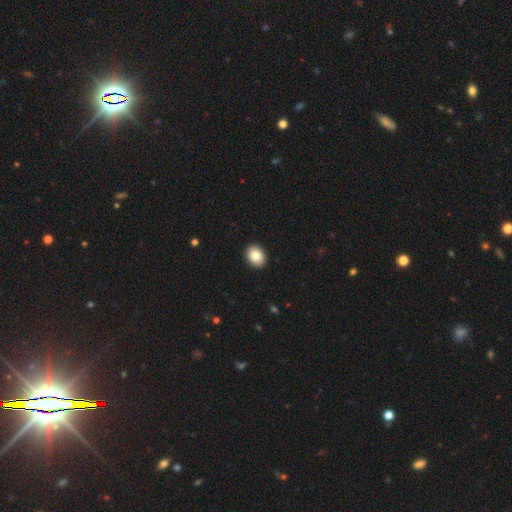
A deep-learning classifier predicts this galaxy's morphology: Smooth or featured? smooth (85%)
How rounded? in between (63%)
Merging? none (92%)